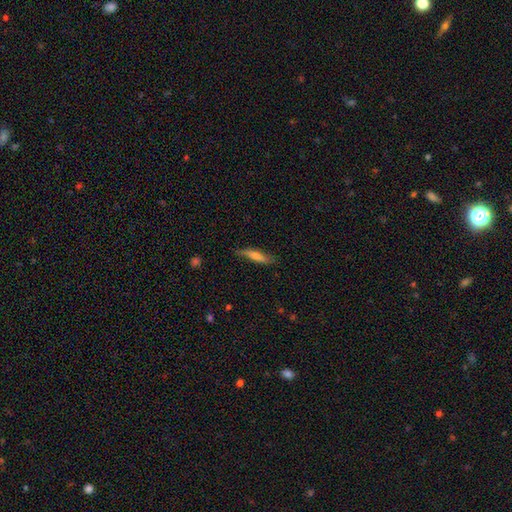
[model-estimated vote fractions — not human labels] The model was most divided on "smooth or featured": smooth: 54%, featured or disk: 37%, star or artifact: 8%. More confident: how rounded — cigar-shaped (85%); merging — none (79%).